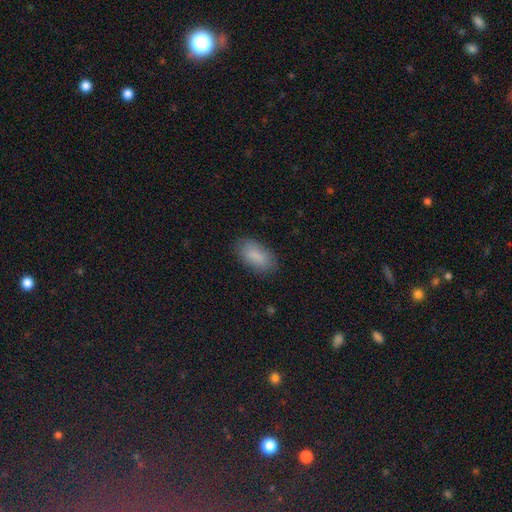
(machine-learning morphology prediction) type=smooth (86%); roundness=in between (92%); merging=none (84%).